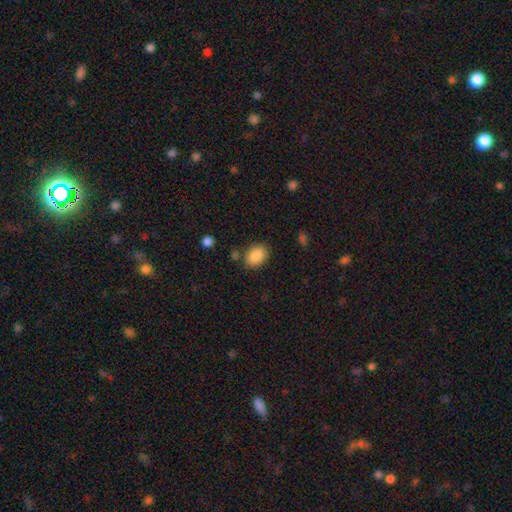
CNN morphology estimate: Smooth or featured? Predicted: smooth (p=0.87). How rounded? Predicted: in between (p=0.73). Merging? Predicted: none (p=0.79).